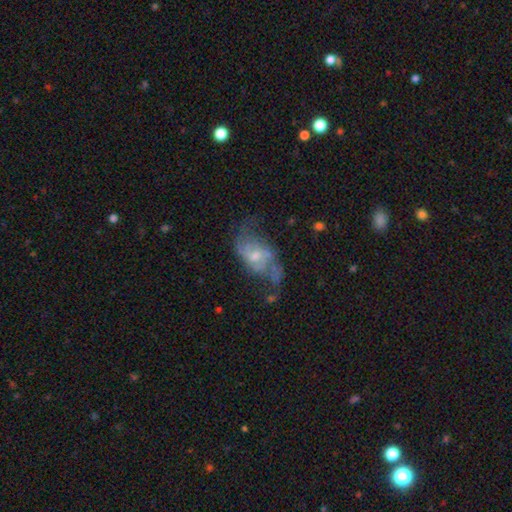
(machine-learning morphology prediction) Smooth or featured? Predicted: featured or disk (p=0.72). Edge-on disk? Predicted: no (p=0.95). Bar? Predicted: no (p=0.51). Spiral arms? Predicted: yes (p=0.82). Spiral winding? Predicted: loose (p=0.52). Spiral arm count? Predicted: 2 (p=0.75). Bulge size? Predicted: small (p=0.48). Merging? Predicted: none (p=0.42).